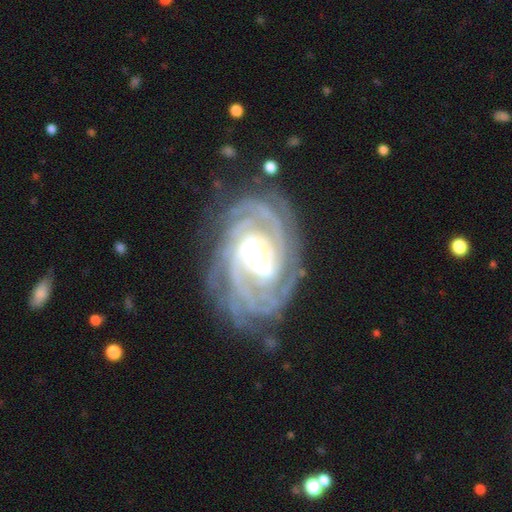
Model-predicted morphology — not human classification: smooth-or-featured: featured or disk: 92% | star or artifact: 5% | smooth: 4%
  disk-edge-on: no: 97% | yes: 3%
    bar: weak: 42% | strong: 38% | no: 20%
    has-spiral-arms: yes: 98% | no: 2%
      spiral-winding: tight: 73% | medium: 23% | loose: 4%
      spiral-arm-count: 3: 22% | can't tell: 21% | 2: 20% | 4: 20% | more than 4: 10% | 1: 7%
    bulge-size: moderate: 59% | small: 31% | large: 8% | none: 1% | dominant: 1%
  merging: none: 74% | minor disturbance: 17% | major disturbance: 7% | merger: 2%